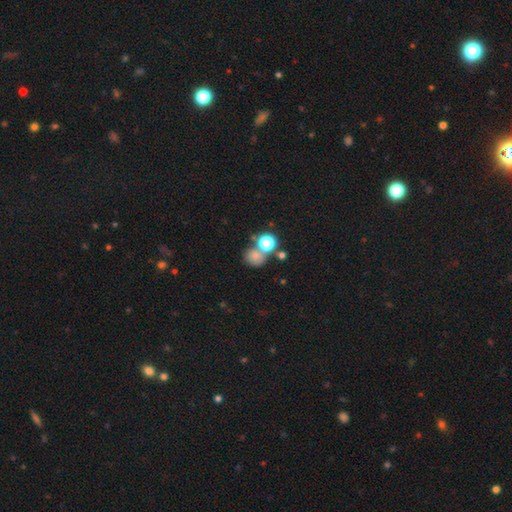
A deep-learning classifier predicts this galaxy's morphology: Smooth or featured? Predicted: smooth (p=0.72). How rounded? Predicted: round (p=0.78). Merging? Predicted: none (p=0.50).